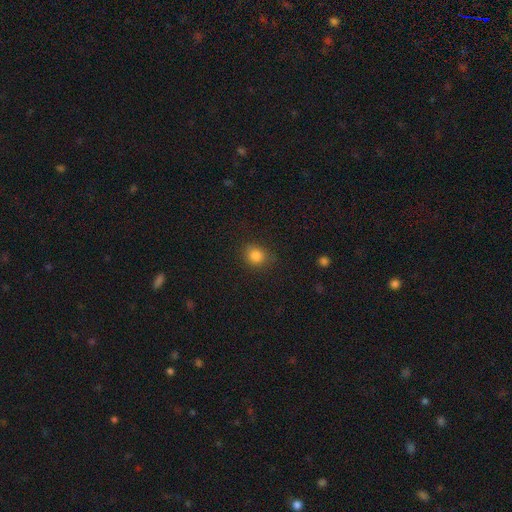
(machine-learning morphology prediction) smooth 84%, star or artifact 11%, featured or disk 5%. Down the decision tree: how rounded — round (75%); merging — none (81%).